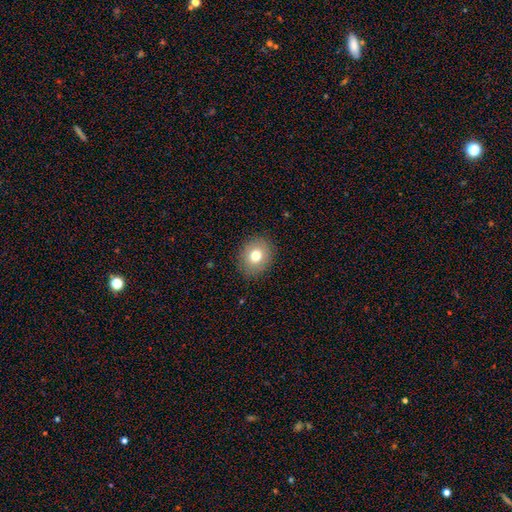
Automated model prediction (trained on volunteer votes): Q: Smooth or featured?
A: smooth (76%); runner-up: featured or disk (14%)
Q: How rounded?
A: round (62%); runner-up: in between (37%)
Q: Merging?
A: none (88%); runner-up: minor disturbance (9%)